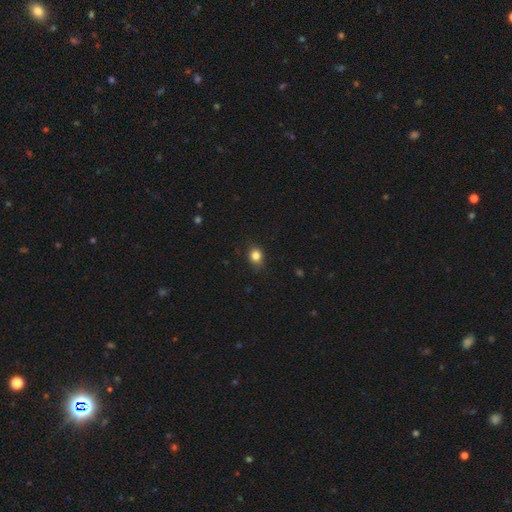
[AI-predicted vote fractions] Smooth or featured? smooth (83%)
How rounded? round (64%)
Merging? none (79%)